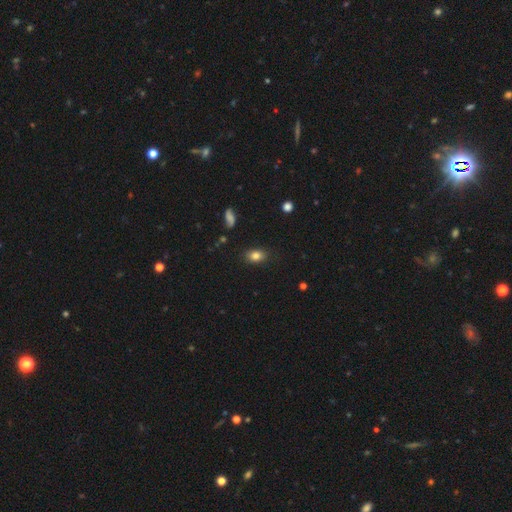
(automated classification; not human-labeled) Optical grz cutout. It shows a smooth galaxy with no disk features (82%) that is in between round and cigar-shaped (81%). Merging: none (83%).